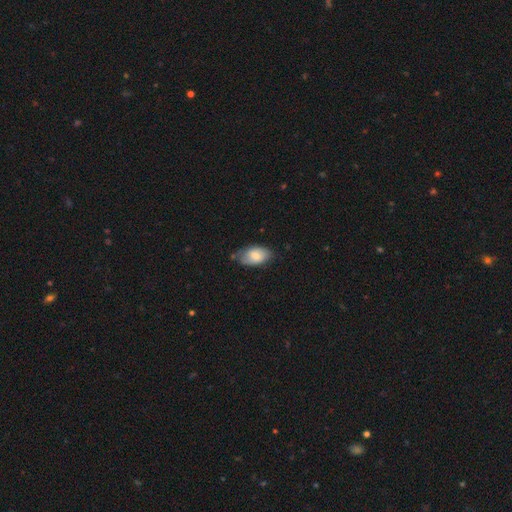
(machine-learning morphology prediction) smooth 74%, featured or disk 19%, star or artifact 7%. Down the decision tree: how rounded — in between (94%); merging — none (58%).